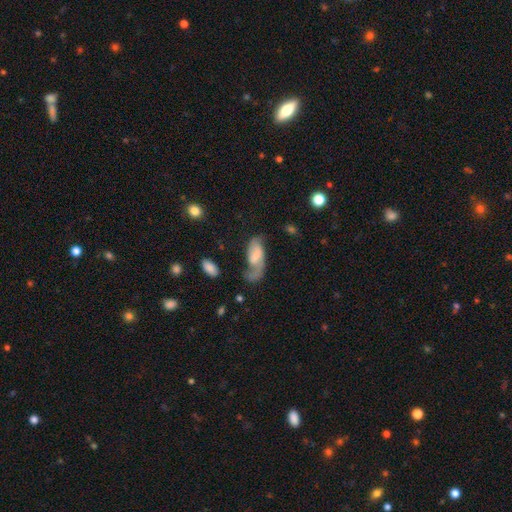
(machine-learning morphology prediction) Smooth or featured: featured or disk — 56% (smooth — 37%)
Edge-on disk: no — 93% (yes — 7%)
Bar: weak — 44% (no — 39%)
Spiral arms: yes — 83% (no — 17%)
Bulge size: small — 36% (moderate — 29%)
Merging: major disturbance — 39% (none — 31%)